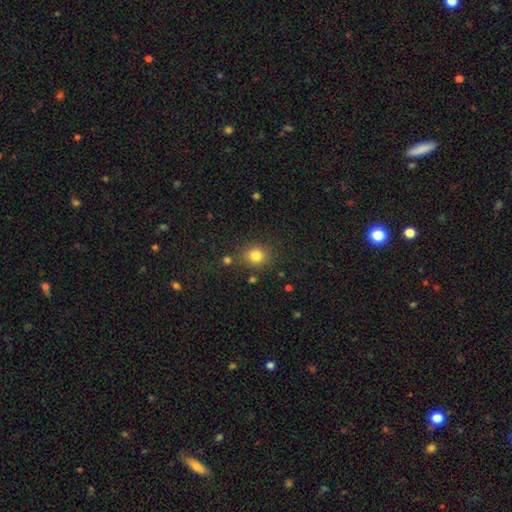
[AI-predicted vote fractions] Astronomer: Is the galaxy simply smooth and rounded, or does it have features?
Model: smooth — 82%.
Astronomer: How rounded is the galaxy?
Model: round — 83%.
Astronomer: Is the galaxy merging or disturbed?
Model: none — 80%.